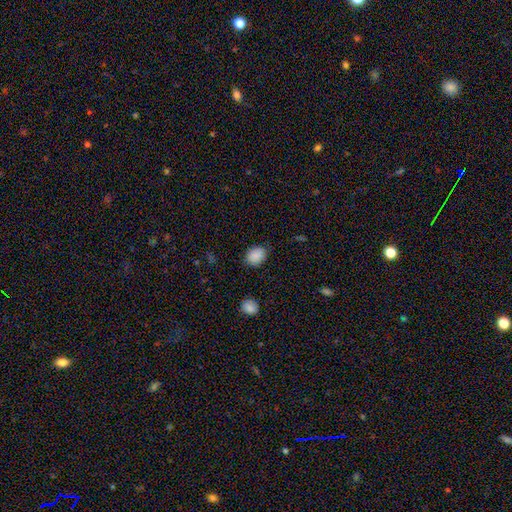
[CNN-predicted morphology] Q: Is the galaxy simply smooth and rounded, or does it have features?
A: smooth — 88%.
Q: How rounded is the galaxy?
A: in between — 55%.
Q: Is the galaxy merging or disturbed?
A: none — 80%.